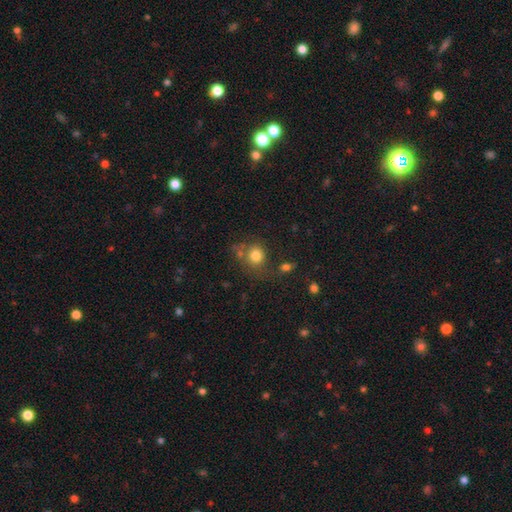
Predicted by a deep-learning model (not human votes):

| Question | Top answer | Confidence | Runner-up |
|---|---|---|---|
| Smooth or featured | smooth | 79% | star or artifact (11%) |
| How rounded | round | 78% | in between (21%) |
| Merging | none | 60% | minor disturbance (16%) |